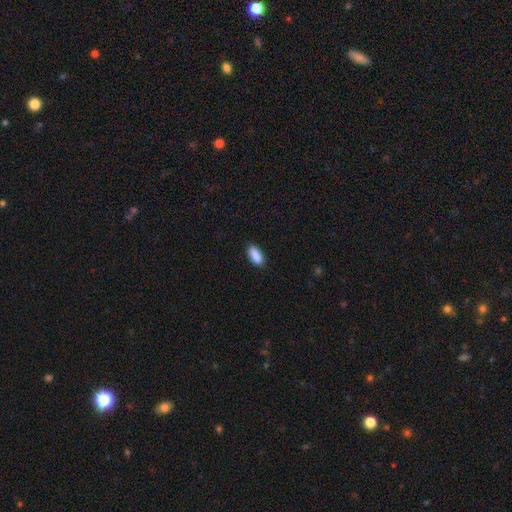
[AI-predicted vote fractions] A smooth galaxy with no disk features (89%) that is in between round and cigar-shaped (85%).

Vote fractions:
- Smooth or featured? smooth: 89% / star or artifact: 7% / featured or disk: 4%
- How rounded? in between: 85% / cigar-shaped: 13% / round: 2%
- Merging? none: 83% / minor disturbance: 13% / major disturbance: 2% / merger: 1%